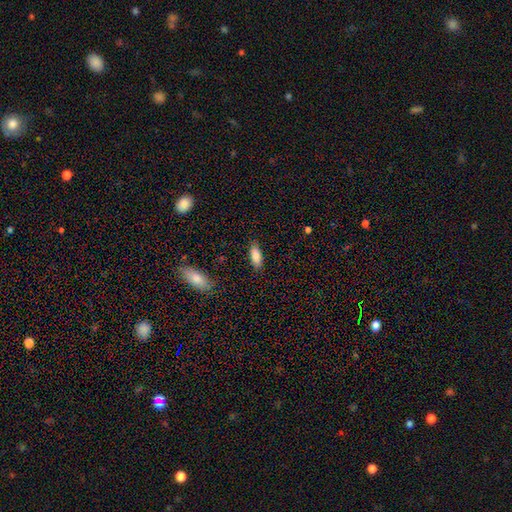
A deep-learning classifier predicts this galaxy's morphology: This is clearly a smooth galaxy (84%). How rounded: likely in between (75%). Merging: clearly none (85%).